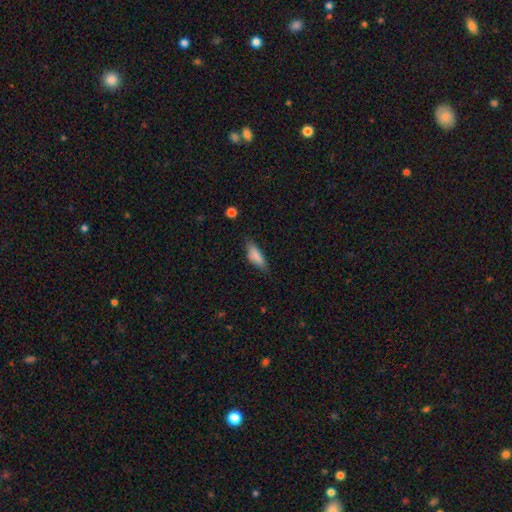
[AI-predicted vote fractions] Smooth or featured: smooth — 82% (featured or disk — 11%)
How rounded: in between — 58% (cigar-shaped — 40%)
Merging: none — 69% (minor disturbance — 25%)